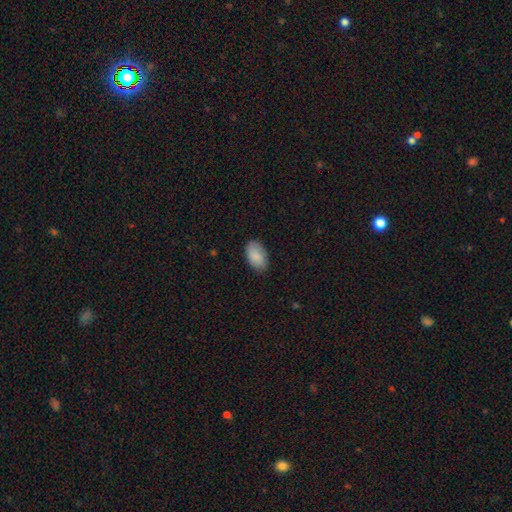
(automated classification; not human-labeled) Q: Smooth or featured?
A: smooth (87%); runner-up: featured or disk (7%)
Q: How rounded?
A: in between (93%); runner-up: round (5%)
Q: Merging?
A: none (83%); runner-up: minor disturbance (13%)